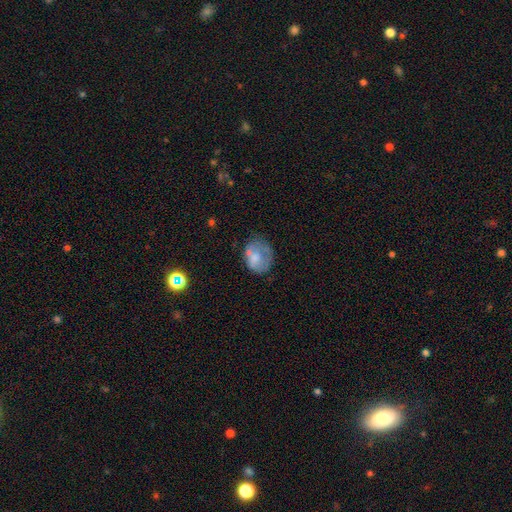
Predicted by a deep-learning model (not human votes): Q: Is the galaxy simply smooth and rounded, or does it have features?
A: smooth — 61%.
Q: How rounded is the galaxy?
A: round — 58%.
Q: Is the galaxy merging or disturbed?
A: none — 46%.